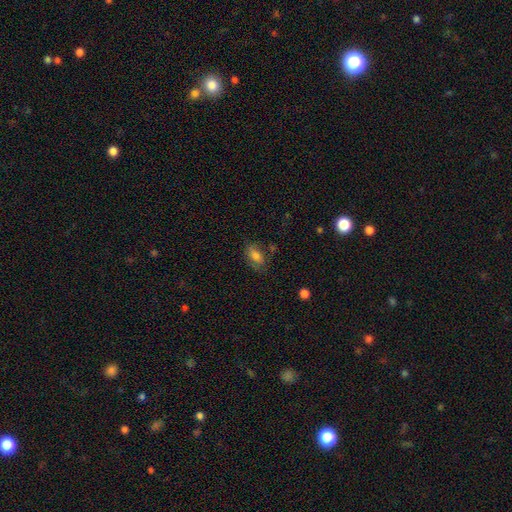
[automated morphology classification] type=smooth (75%); roundness=in between (89%); merging=none (69%).